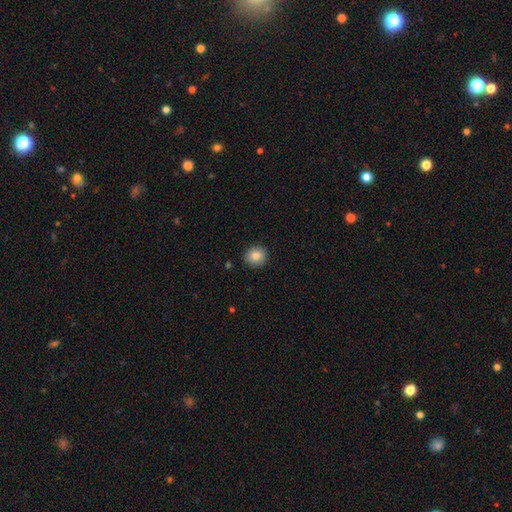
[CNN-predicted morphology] smooth_or_featured: smooth (p=0.83) [alt: star or artifact p=0.09]
how_rounded: round (p=0.89) [alt: in between p=0.10]
merging: none (p=0.91) [alt: minor disturbance p=0.06]